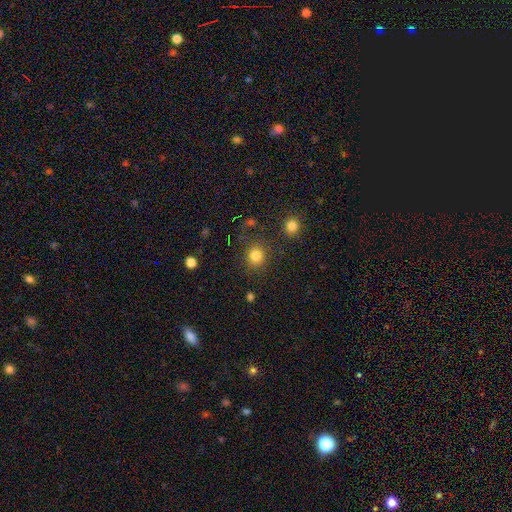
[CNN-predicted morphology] Smooth or featured? smooth (82%)
How rounded? round (85%)
Merging? none (80%)